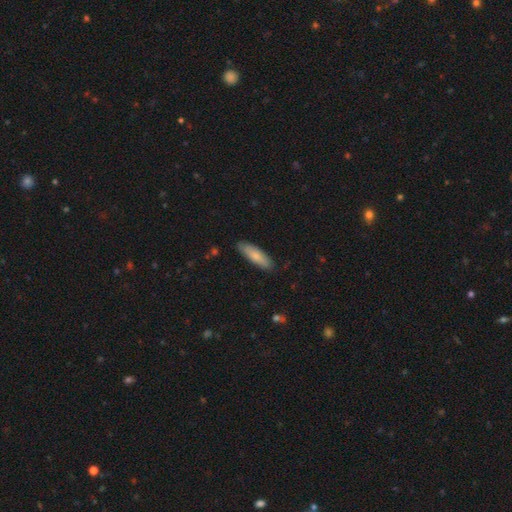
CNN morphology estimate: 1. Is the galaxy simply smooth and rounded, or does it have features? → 79% smooth, 16% featured or disk, 5% star or artifact.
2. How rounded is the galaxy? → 54% cigar-shaped, 44% in between, 1% round.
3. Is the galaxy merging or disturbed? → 85% none, 12% minor disturbance, 2% major disturbance, 1% merger.